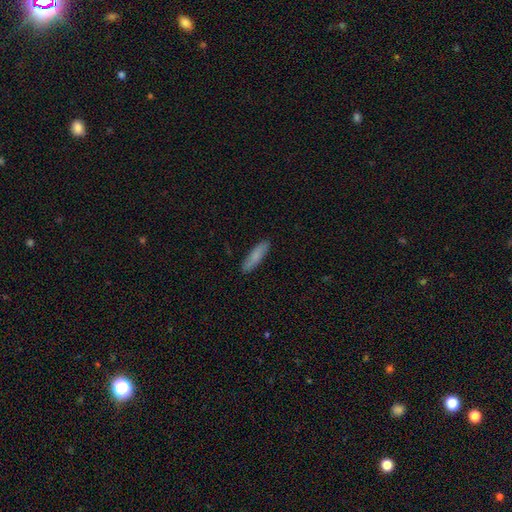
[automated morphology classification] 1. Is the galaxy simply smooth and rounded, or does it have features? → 82% smooth, 12% featured or disk, 6% star or artifact.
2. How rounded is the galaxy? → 73% cigar-shaped, 26% in between, 2% round.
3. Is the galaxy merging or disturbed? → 88% none, 9% minor disturbance, 2% major disturbance, 1% merger.